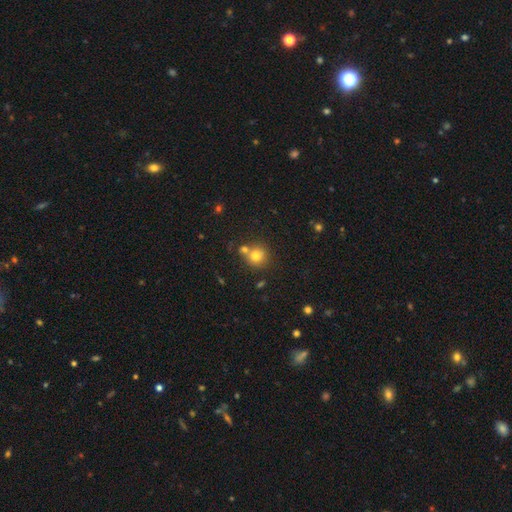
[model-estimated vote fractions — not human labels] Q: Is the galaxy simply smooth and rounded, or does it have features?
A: smooth — 77%.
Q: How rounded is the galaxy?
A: round — 89%.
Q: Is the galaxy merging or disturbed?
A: none — 62%.